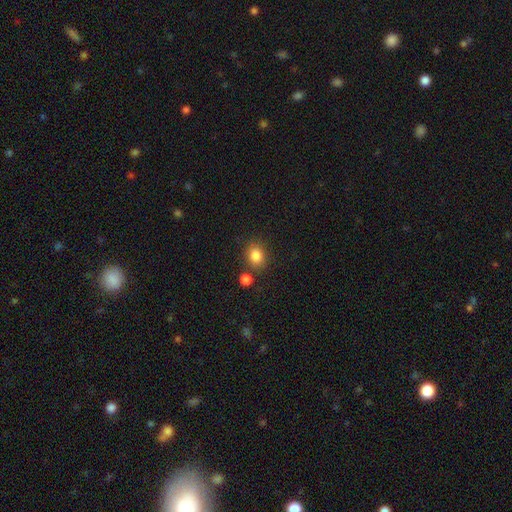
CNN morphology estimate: smooth 84%, star or artifact 11%, featured or disk 5%. Down the decision tree: how rounded — round (63%); merging — none (77%).